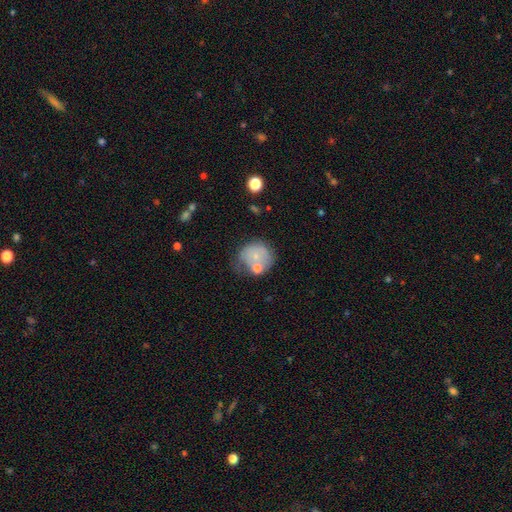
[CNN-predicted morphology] Smooth or featured? smooth (64%)
How rounded? round (83%)
Merging? none (45%)